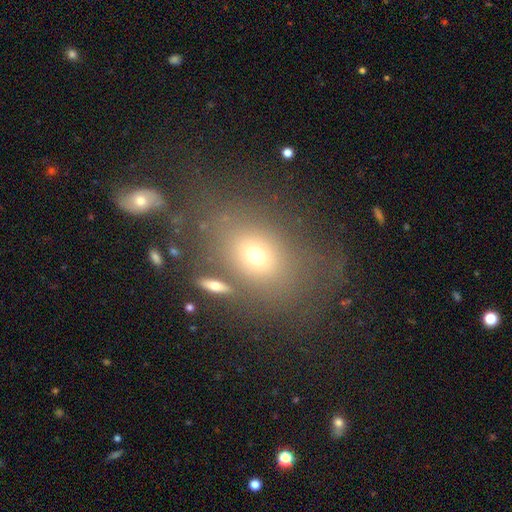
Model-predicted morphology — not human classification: A smooth galaxy with no disk features (64%) that is in between round and cigar-shaped (54%).

Vote fractions:
- Smooth or featured? smooth: 64% / star or artifact: 19% / featured or disk: 18%
- How rounded? in between: 54% / round: 45% / cigar-shaped: 2%
- Merging? none: 61% / minor disturbance: 16% / major disturbance: 13% / merger: 10%